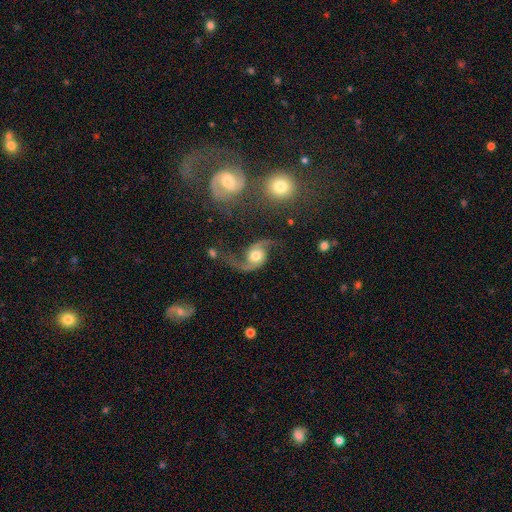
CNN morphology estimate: Overall: featured or disk (87%). Edge-on disk: no (97%). Bar: no (69%). Spiral arms: yes (97%). Spiral arm count: 2 (93%). Spiral winding: loose (75%). Bulge size: moderate (55%; large 29%). Merging: none (67%).